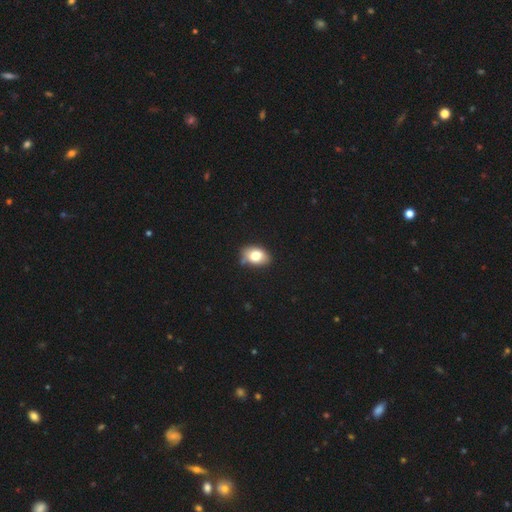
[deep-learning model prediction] smooth-or-featured: smooth: 78% | featured or disk: 13% | star or artifact: 9%
  how-rounded: in between: 82% | round: 16% | cigar-shaped: 1%
  merging: none: 71% | minor disturbance: 22% | major disturbance: 4% | merger: 3%